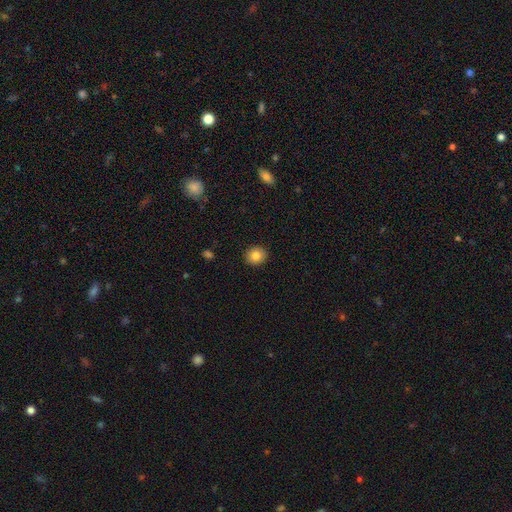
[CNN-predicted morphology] smooth-or-featured: smooth: 84% | star or artifact: 9% | featured or disk: 7%
  how-rounded: round: 80% | in between: 19% | cigar-shaped: 1%
  merging: none: 91% | minor disturbance: 6% | major disturbance: 2% | merger: 1%